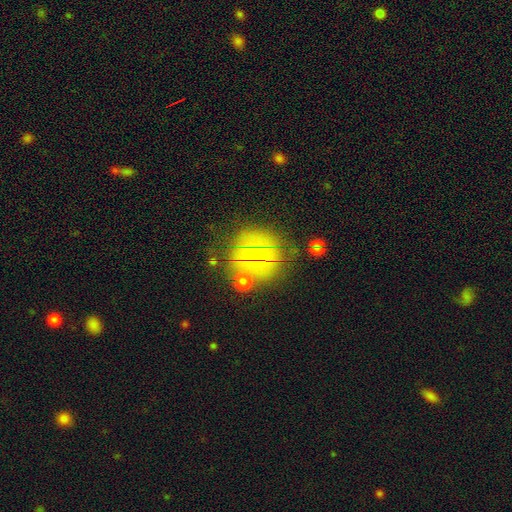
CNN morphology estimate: A smooth galaxy with no disk features (56%) that is round (82%).

Vote fractions:
- Smooth or featured? smooth: 56% / featured or disk: 26% / star or artifact: 19%
- How rounded? round: 82% / in between: 16% / cigar-shaped: 2%
- Merging? none: 69% / minor disturbance: 17% / major disturbance: 8% / merger: 7%